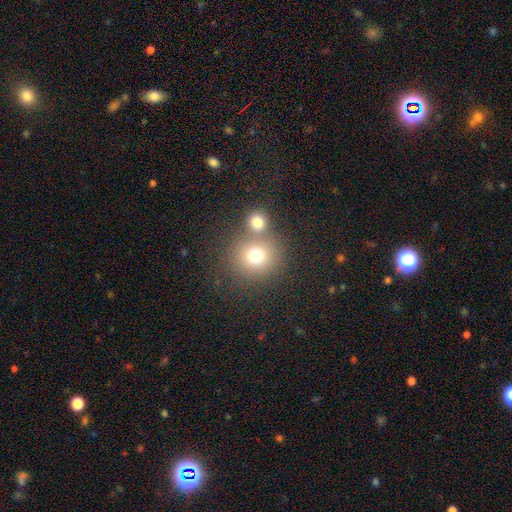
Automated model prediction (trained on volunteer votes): A smooth galaxy with no disk features (74%) that is round (89%).

Vote fractions:
- Smooth or featured? smooth: 74% / star or artifact: 15% / featured or disk: 11%
- How rounded? round: 89% / in between: 10% / cigar-shaped: 1%
- Merging? none: 57% / merger: 32% / minor disturbance: 8% / major disturbance: 4%